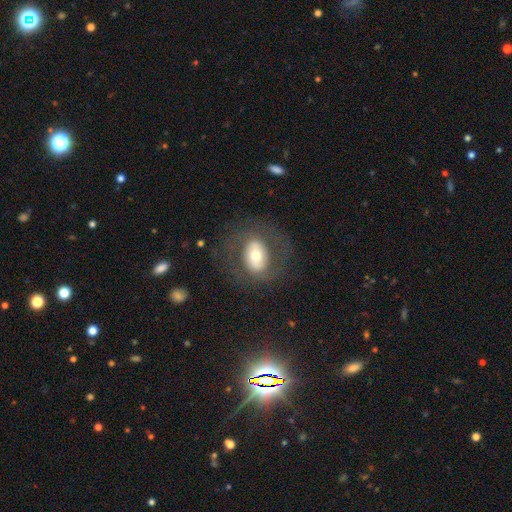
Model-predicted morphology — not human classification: Smooth or featured: featured or disk — 46% (tied with smooth — 46%)
Merging: none — 71% (major disturbance — 14%)